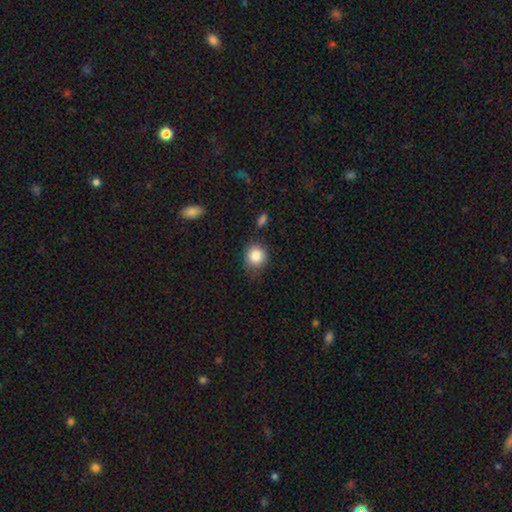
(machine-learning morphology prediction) Q: Smooth or featured?
A: smooth (84%); runner-up: star or artifact (9%)
Q: How rounded?
A: round (80%); runner-up: in between (19%)
Q: Merging?
A: none (73%); runner-up: minor disturbance (19%)